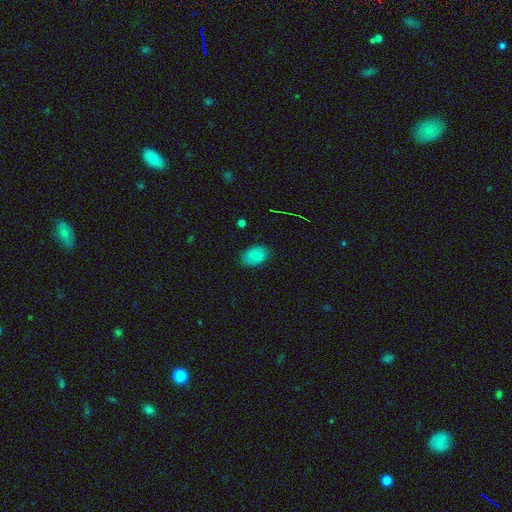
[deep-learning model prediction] A smooth galaxy with no disk features (84%) that is in between round and cigar-shaped (82%).

Vote fractions:
- Smooth or featured? smooth: 84% / star or artifact: 10% / featured or disk: 7%
- How rounded? in between: 82% / round: 17% / cigar-shaped: 1%
- Merging? none: 80% / minor disturbance: 16% / major disturbance: 3% / merger: 1%